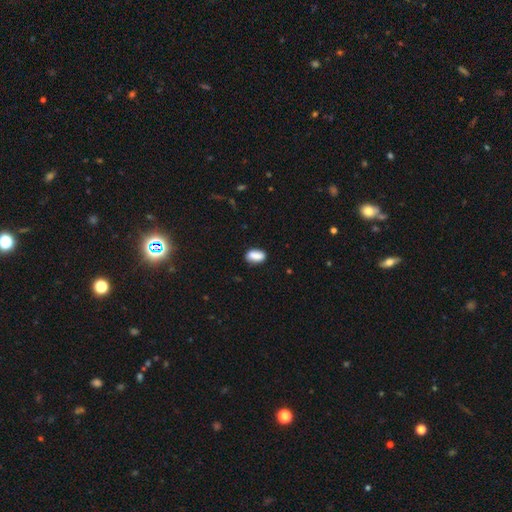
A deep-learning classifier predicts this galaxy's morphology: type=smooth (87%); roundness=in between (87%); merging=none (81%).